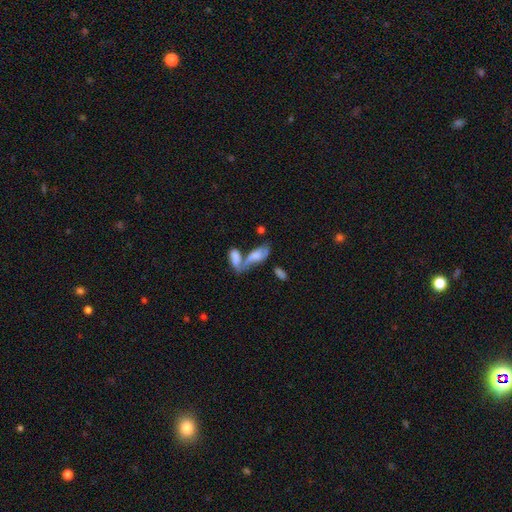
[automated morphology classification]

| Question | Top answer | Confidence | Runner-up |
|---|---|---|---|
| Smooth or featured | smooth | 59% | featured or disk (33%) |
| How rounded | in between | 82% | cigar-shaped (15%) |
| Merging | merger | 54% | none (25%) |